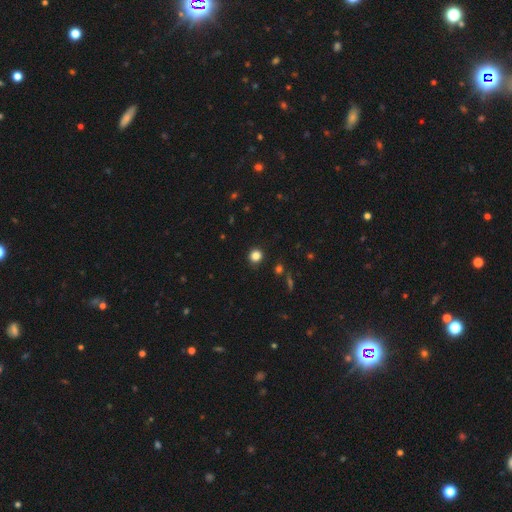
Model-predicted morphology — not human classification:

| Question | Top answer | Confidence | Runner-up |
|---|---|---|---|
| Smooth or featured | smooth | 84% | star or artifact (12%) |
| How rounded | round | 90% | in between (9%) |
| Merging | none | 91% | minor disturbance (6%) |